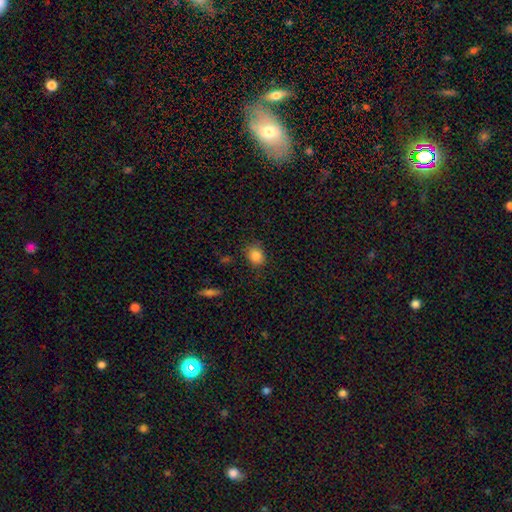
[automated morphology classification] smooth 86%, star or artifact 10%, featured or disk 4%. Down the decision tree: how rounded — round (63%); merging — none (81%).